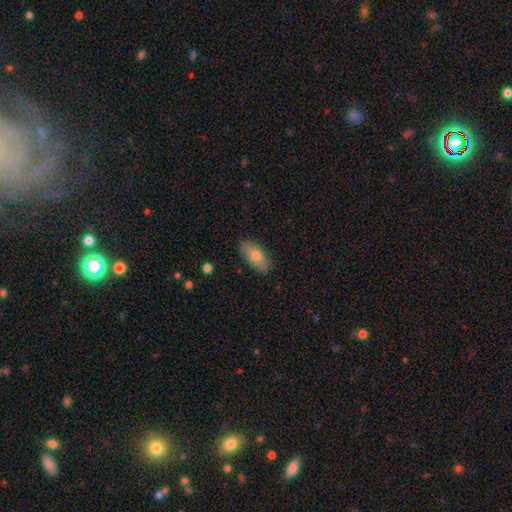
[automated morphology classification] Smooth or featured? Predicted: smooth (p=0.74). How rounded? Predicted: in between (p=0.91). Merging? Predicted: none (p=0.85).